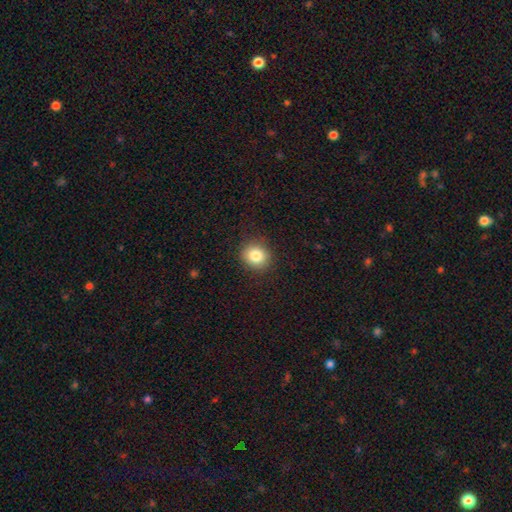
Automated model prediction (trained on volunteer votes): smooth 84%, star or artifact 10%, featured or disk 6%. Down the decision tree: how rounded — round (80%); merging — none (89%).